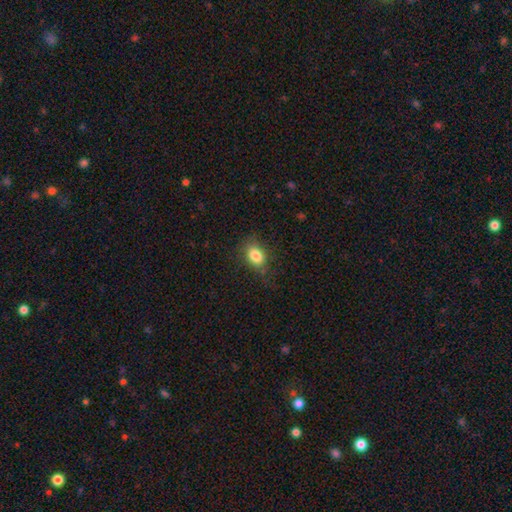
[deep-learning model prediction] Smooth or featured? Predicted: smooth (p=0.83). How rounded? Predicted: in between (p=0.73). Merging? Predicted: none (p=0.77).